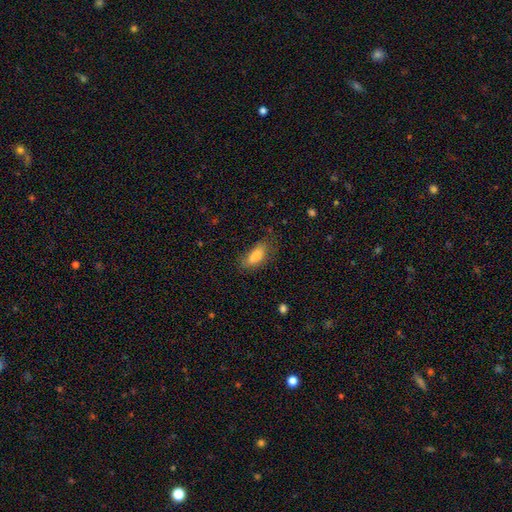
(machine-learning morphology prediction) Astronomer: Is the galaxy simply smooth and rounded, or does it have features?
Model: smooth — 85%.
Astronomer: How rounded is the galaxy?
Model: in between — 84%.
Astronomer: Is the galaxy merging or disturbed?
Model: none — 67%.